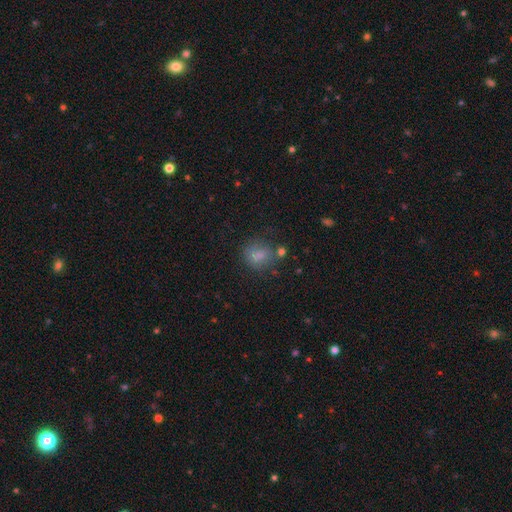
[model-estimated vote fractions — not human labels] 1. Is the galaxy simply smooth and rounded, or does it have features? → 70% smooth, 18% star or artifact, 13% featured or disk.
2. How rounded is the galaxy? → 54% round, 43% in between, 2% cigar-shaped.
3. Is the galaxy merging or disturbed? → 66% none, 18% minor disturbance, 8% major disturbance, 7% merger.